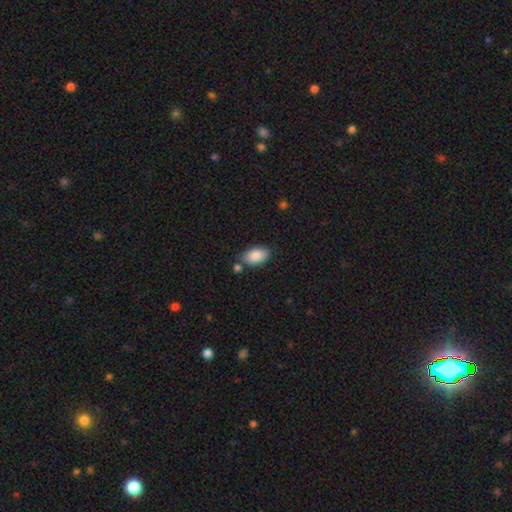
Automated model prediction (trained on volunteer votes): smooth 88%, star or artifact 7%, featured or disk 6%. Down the decision tree: how rounded — in between (94%); merging — none (76%).